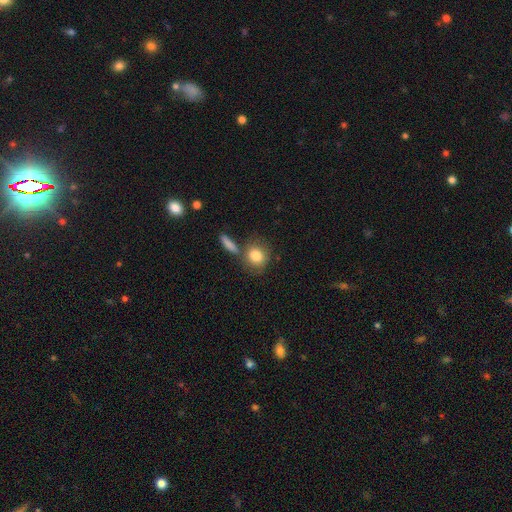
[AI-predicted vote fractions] Smooth or featured? smooth (82%)
How rounded? round (64%)
Merging? none (62%)